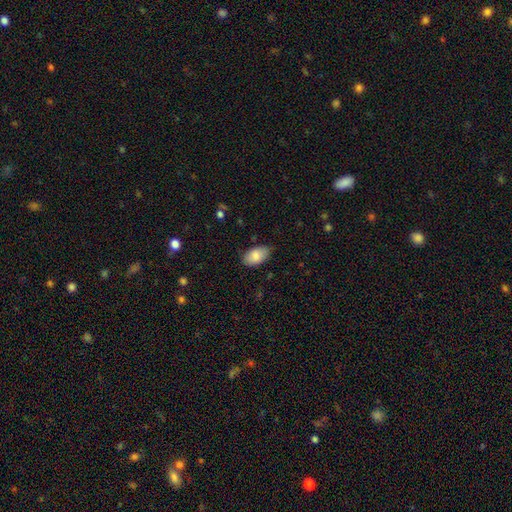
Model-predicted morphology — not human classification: smooth 83%, featured or disk 10%, star or artifact 7%. Down the decision tree: how rounded — in between (94%); merging — none (79%).